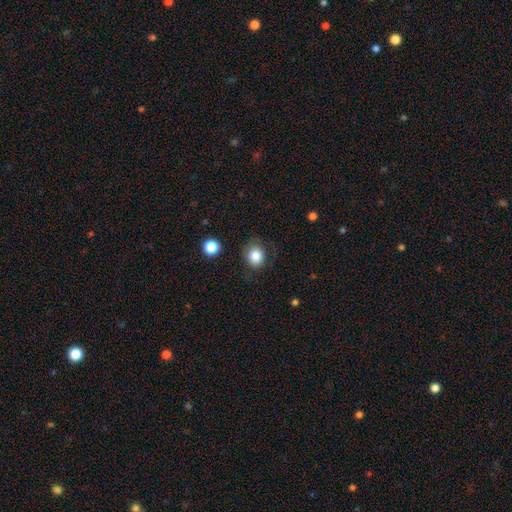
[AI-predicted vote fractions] Smooth or featured? smooth (82%)
How rounded? round (63%)
Merging? none (72%)